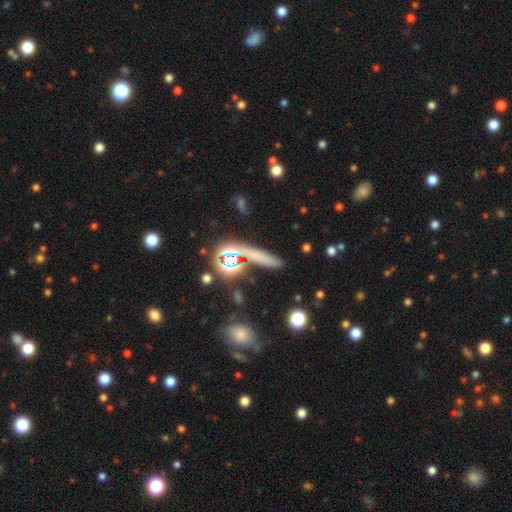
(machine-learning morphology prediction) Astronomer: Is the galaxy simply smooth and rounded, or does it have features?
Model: smooth — 55%.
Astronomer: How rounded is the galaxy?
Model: cigar-shaped — 76%.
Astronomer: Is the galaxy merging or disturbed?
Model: none — 76%.